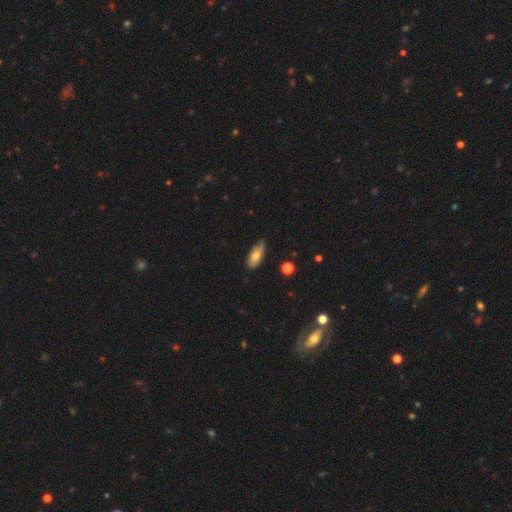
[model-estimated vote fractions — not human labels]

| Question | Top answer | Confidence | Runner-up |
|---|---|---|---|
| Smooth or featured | smooth | 71% | featured or disk (22%) |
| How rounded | in between | 82% | cigar-shaped (15%) |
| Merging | none | 69% | minor disturbance (27%) |